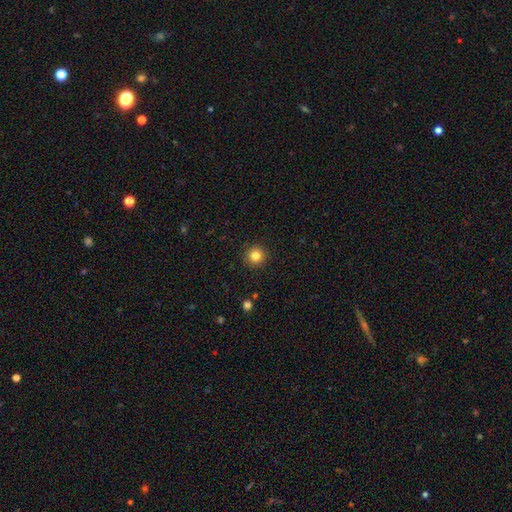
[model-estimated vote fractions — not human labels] Q: Smooth or featured?
A: smooth (82%); runner-up: star or artifact (12%)
Q: How rounded?
A: round (95%); runner-up: in between (4%)
Q: Merging?
A: none (92%); runner-up: minor disturbance (5%)